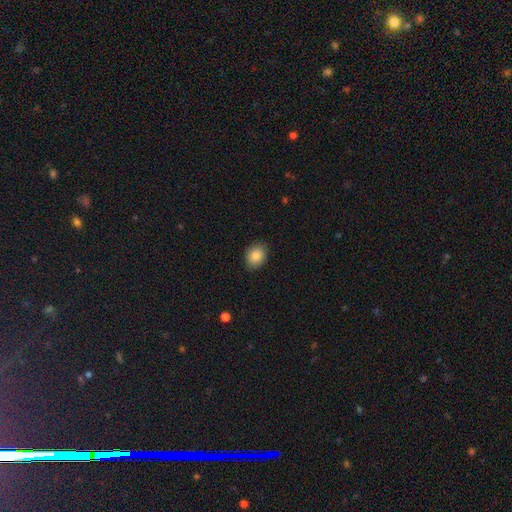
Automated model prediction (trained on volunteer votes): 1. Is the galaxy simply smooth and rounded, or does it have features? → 85% smooth, 8% star or artifact, 7% featured or disk.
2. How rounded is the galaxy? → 51% in between, 48% round, 1% cigar-shaped.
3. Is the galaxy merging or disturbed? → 88% none, 9% minor disturbance, 2% major disturbance, 1% merger.